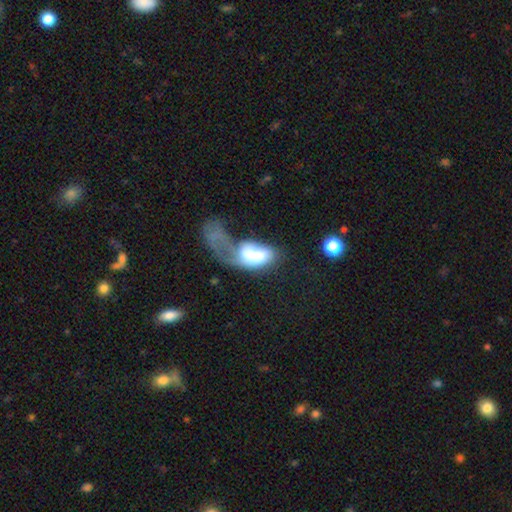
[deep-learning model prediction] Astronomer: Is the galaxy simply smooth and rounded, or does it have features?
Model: smooth — 60%.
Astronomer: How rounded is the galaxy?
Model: in between — 91%.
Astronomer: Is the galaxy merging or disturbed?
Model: major disturbance — 57%.